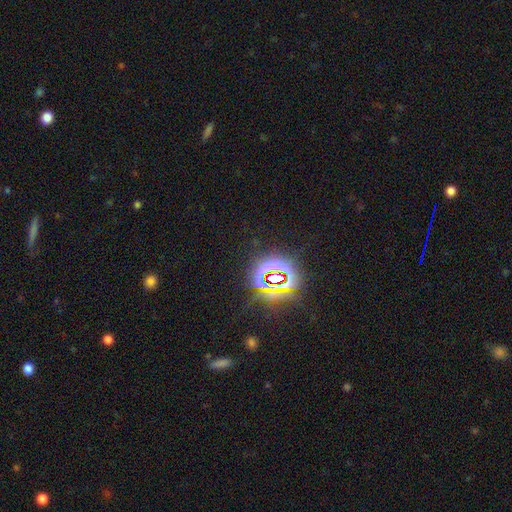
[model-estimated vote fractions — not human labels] The model was most divided on "smooth or featured": star or artifact: 82%, smooth: 10%, featured or disk: 7%.